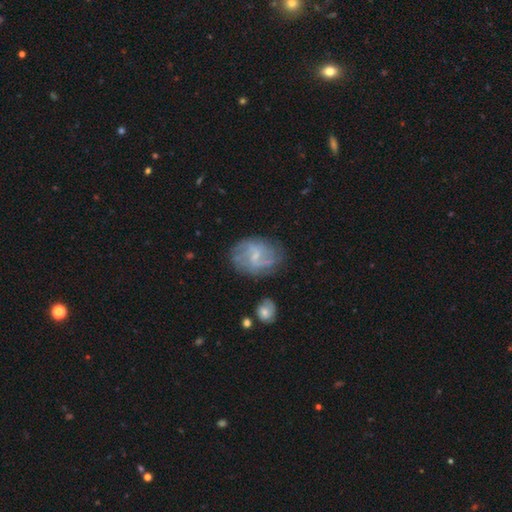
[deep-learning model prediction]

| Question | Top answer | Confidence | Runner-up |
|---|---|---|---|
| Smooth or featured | featured or disk | 71% | smooth (21%) |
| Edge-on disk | no | 97% | yes (3%) |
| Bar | weak | 58% | no (29%) |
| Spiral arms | yes | 85% | no (15%) |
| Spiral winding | medium | 40% | loose (36%) |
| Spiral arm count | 2 | 42% | can't tell (33%) |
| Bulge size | small | 60% | moderate (21%) |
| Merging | none | 68% | minor disturbance (19%) |